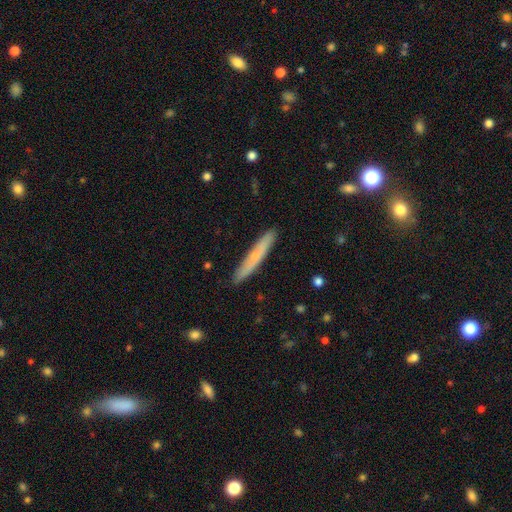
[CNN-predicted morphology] Smooth or featured? smooth (61%)
How rounded? cigar-shaped (95%)
Merging? none (88%)